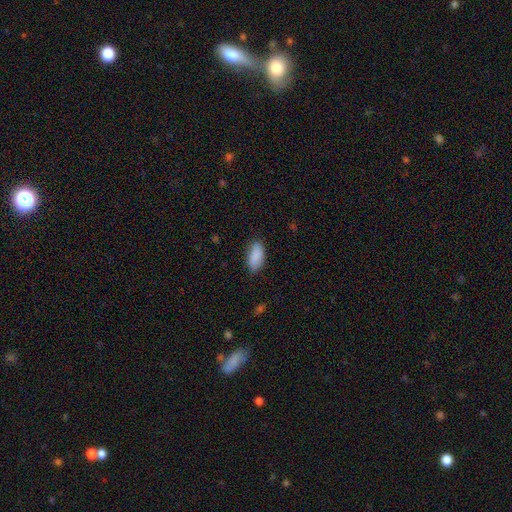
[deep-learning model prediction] Q: Smooth or featured?
A: smooth (89%); runner-up: star or artifact (6%)
Q: How rounded?
A: in between (89%); runner-up: cigar-shaped (9%)
Q: Merging?
A: none (83%); runner-up: minor disturbance (13%)